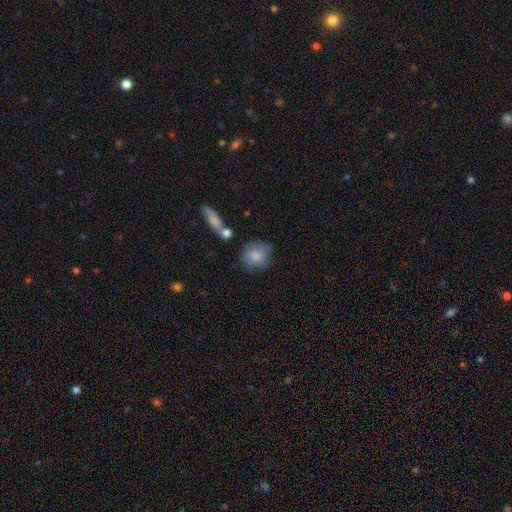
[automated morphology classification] The model was most divided on "merging": none: 60%, minor disturbance: 23%, merger: 9%, major disturbance: 8%. More confident: smooth or featured — smooth (83%); how rounded — round (72%).